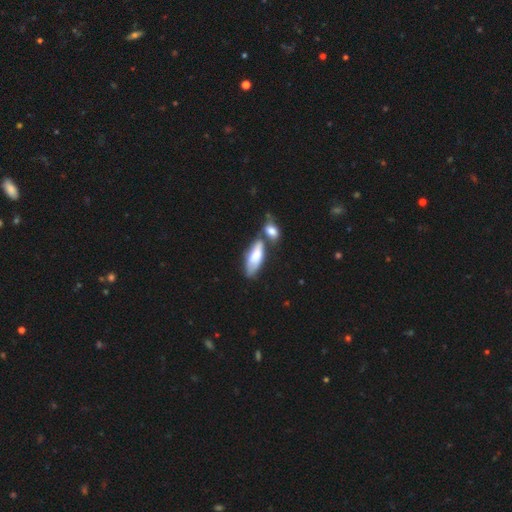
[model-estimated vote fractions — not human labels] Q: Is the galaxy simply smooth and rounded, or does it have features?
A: smooth — 73%.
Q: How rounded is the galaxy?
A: in between — 73%.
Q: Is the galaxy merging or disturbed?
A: merger — 44%.